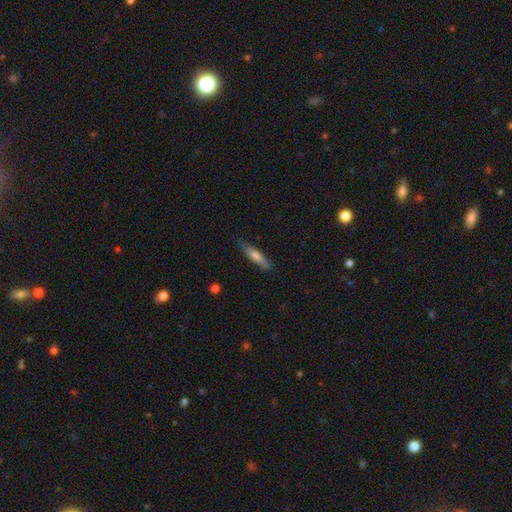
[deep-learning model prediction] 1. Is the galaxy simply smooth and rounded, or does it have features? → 59% smooth, 34% featured or disk, 6% star or artifact.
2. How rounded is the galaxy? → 85% cigar-shaped, 14% in between, 2% round.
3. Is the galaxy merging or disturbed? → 84% none, 13% minor disturbance, 2% major disturbance, 1% merger.